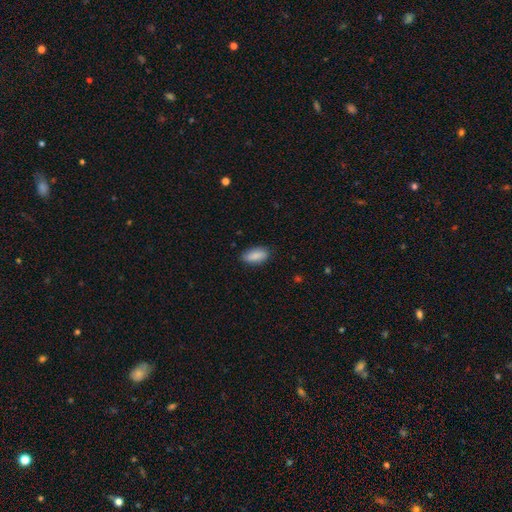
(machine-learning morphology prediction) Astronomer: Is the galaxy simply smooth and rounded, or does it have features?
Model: smooth — 87%.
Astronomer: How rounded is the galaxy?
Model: in between — 85%.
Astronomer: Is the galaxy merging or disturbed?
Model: none — 83%.